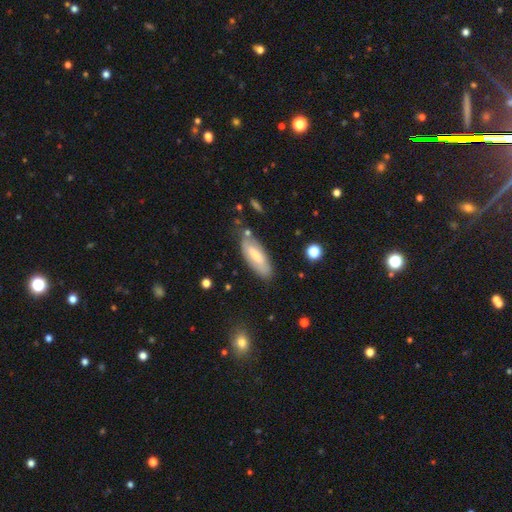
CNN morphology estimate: smooth_or_featured: smooth (p=0.60) [alt: featured or disk p=0.34]
how_rounded: in between (p=0.67) [alt: cigar-shaped p=0.32]
merging: none (p=0.74) [alt: minor disturbance p=0.18]